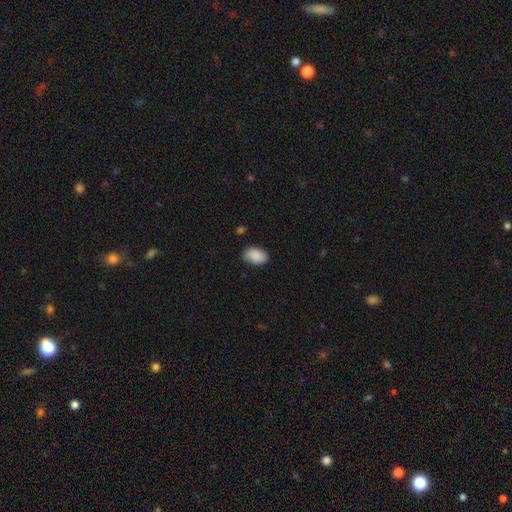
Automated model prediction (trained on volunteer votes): Smooth or featured? Predicted: smooth (p=0.88). How rounded? Predicted: in between (p=0.89). Merging? Predicted: none (p=0.78).